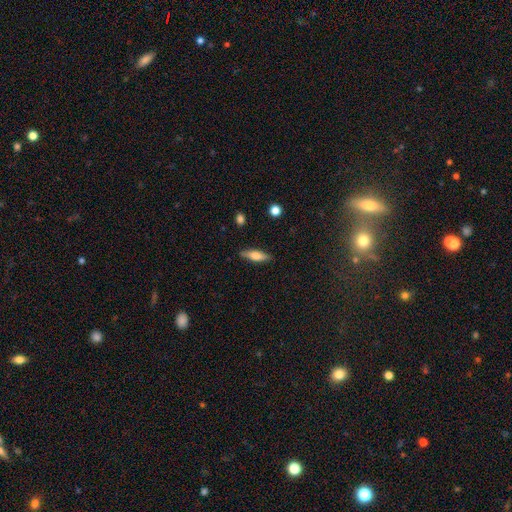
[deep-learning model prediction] This is likely a smooth galaxy (60%). How rounded: likely cigar-shaped (61%). Merging: clearly none (87%).